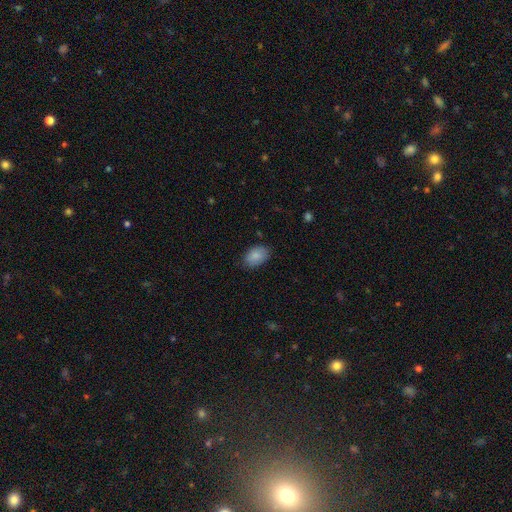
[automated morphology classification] type=smooth (87%); roundness=in between (88%); merging=none (81%).